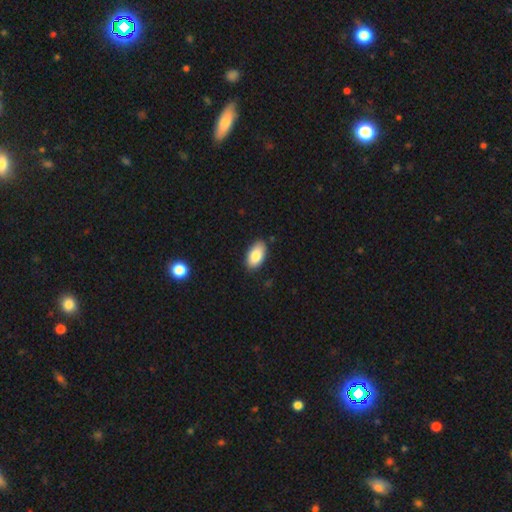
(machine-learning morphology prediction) Smooth or featured: smooth — 85% (featured or disk — 8%)
How rounded: in between — 94% (round — 4%)
Merging: none — 85% (minor disturbance — 12%)